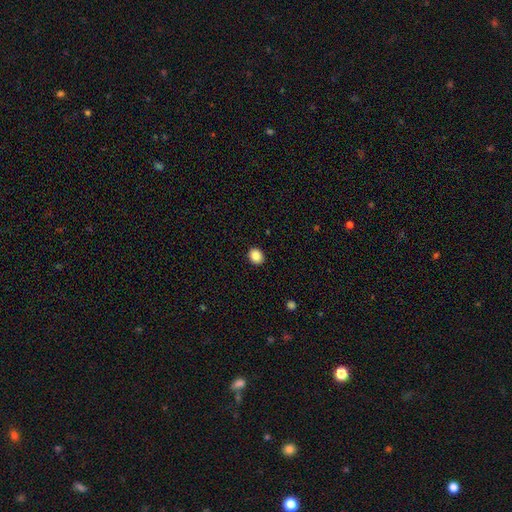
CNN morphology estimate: Smooth or featured? smooth (88%)
How rounded? round (63%)
Merging? none (91%)